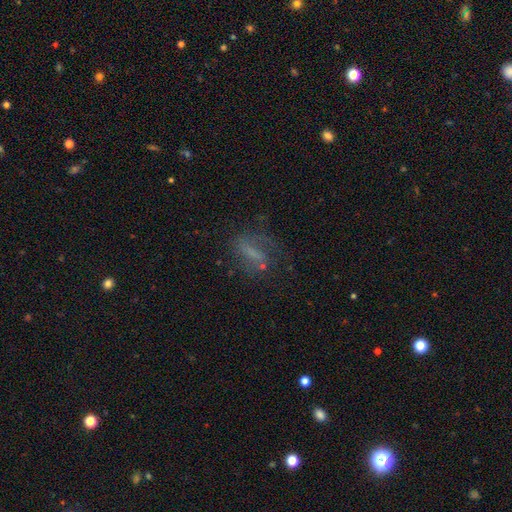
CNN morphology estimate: Smooth or featured?
  - featured or disk: 44% *
  - smooth: 36%
  - star or artifact: 19%
Merging?
  - none: 54% *
  - major disturbance: 23%
  - minor disturbance: 20%
  - merger: 4%